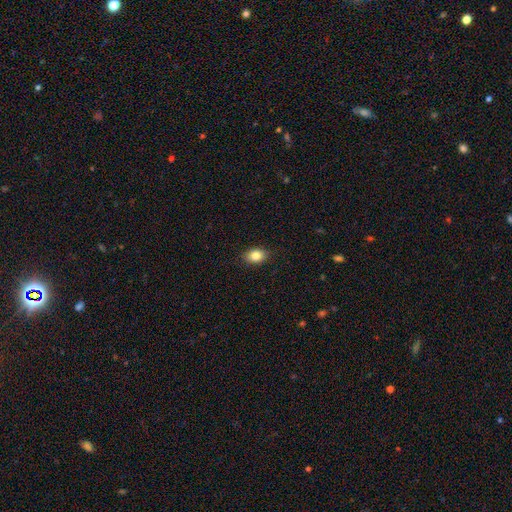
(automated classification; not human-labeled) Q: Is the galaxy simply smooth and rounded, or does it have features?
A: smooth — 84%.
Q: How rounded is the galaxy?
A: in between — 79%.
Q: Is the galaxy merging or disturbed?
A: none — 87%.